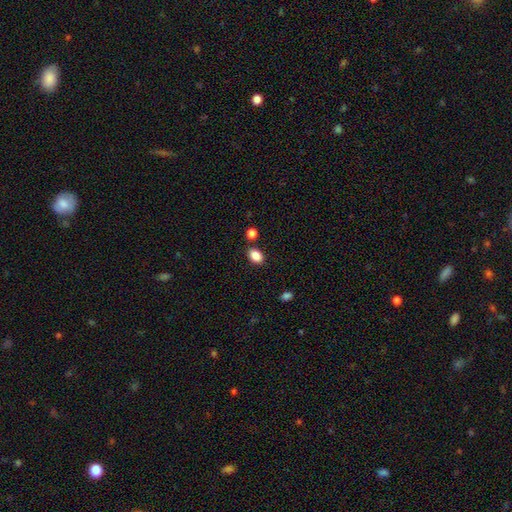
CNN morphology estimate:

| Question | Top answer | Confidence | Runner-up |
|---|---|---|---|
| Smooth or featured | smooth | 87% | star or artifact (9%) |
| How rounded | in between | 82% | round (17%) |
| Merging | none | 82% | minor disturbance (10%) |